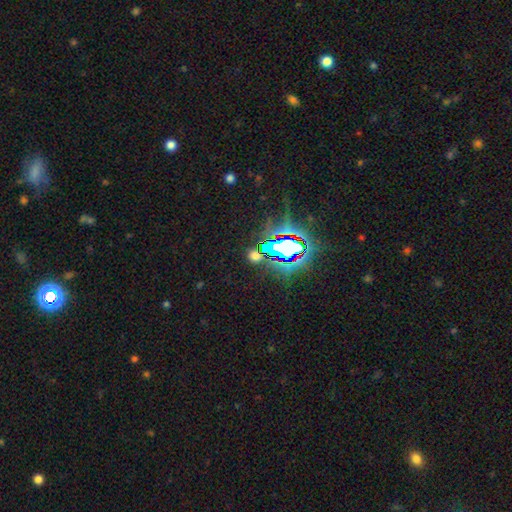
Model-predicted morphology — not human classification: This is likely a star or artifact rather than a galaxy (63%).